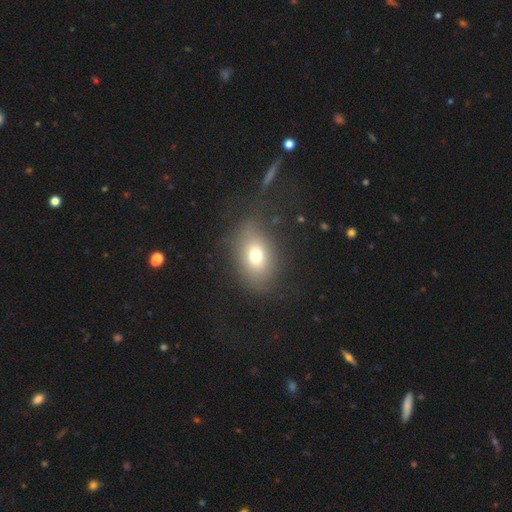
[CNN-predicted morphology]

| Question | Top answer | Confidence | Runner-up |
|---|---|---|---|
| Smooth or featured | smooth | 71% | featured or disk (16%) |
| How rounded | in between | 74% | round (24%) |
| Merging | none | 73% | minor disturbance (16%) |